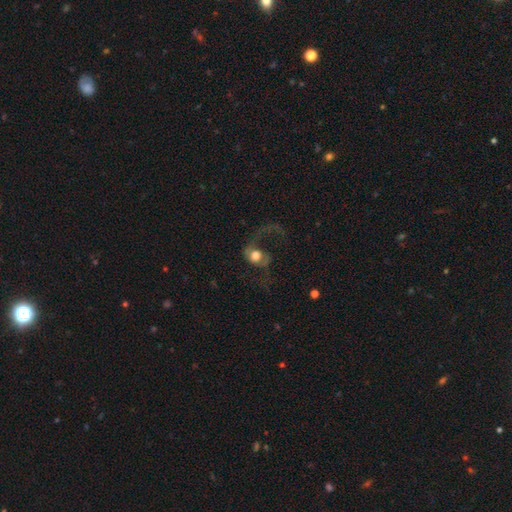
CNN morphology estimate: type=featured or disk (50%); merging=major disturbance (57%).